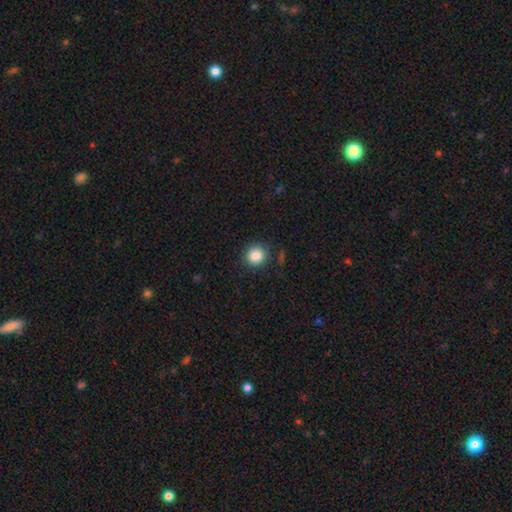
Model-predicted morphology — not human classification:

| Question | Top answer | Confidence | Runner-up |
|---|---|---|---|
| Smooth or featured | smooth | 85% | star or artifact (10%) |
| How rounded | round | 92% | in between (8%) |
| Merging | none | 87% | minor disturbance (8%) |